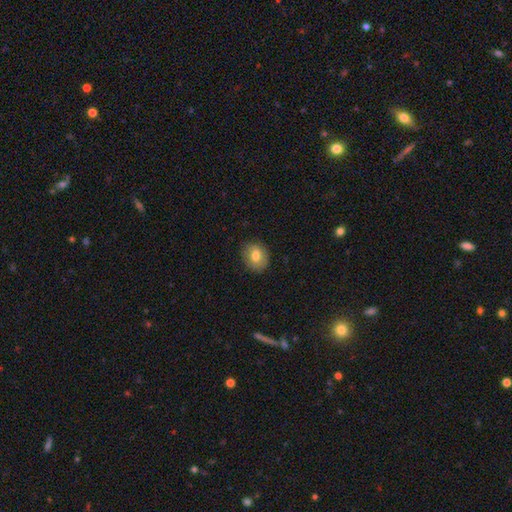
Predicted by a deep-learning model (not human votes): Morphology: type=smooth (78%); roundness=round (60%); merging=none (83%).